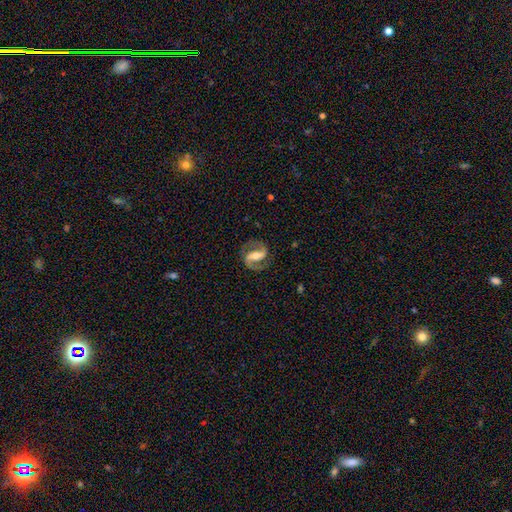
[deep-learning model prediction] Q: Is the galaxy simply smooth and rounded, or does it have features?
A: featured or disk — 89%.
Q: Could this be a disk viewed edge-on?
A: no — 97%.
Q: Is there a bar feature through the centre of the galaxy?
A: strong — 56%.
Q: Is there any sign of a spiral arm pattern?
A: yes — 97%.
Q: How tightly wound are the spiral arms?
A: medium — 58%.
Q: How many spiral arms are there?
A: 2 — 93%.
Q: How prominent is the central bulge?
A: moderate — 54%.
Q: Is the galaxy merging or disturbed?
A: none — 82%.